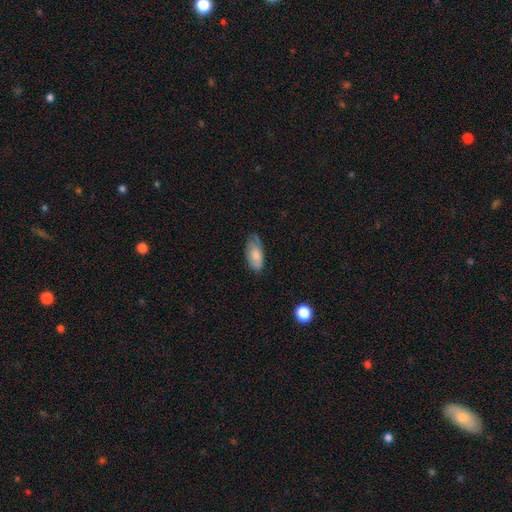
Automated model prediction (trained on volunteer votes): Smooth or featured? smooth (77%)
How rounded? in between (91%)
Merging? none (61%)